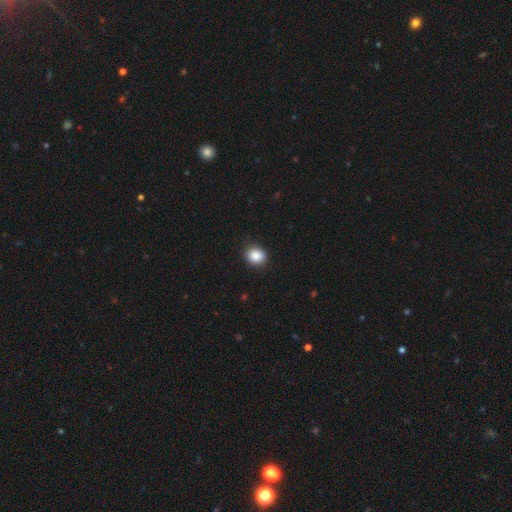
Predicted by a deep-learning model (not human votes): A smooth galaxy with no disk features (88%) that is round (71%).

Vote fractions:
- Smooth or featured? smooth: 88% / star or artifact: 9% / featured or disk: 3%
- How rounded? round: 71% / in between: 29% / cigar-shaped: 1%
- Merging? none: 89% / minor disturbance: 8% / major disturbance: 2% / merger: 1%